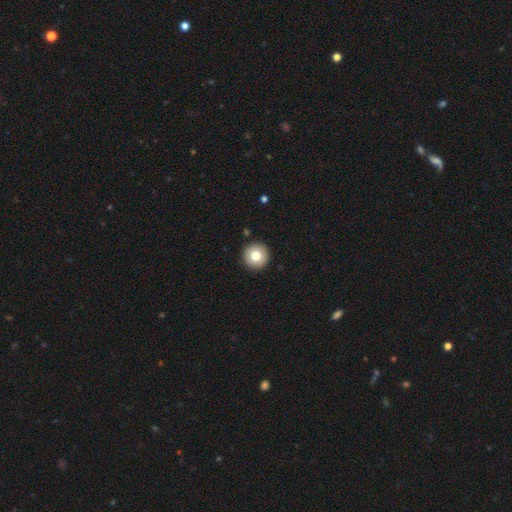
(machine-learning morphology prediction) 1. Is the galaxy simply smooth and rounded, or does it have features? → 78% smooth, 13% featured or disk, 9% star or artifact.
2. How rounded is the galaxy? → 96% round, 3% in between, 1% cigar-shaped.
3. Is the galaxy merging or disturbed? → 93% none, 5% minor disturbance, 1% major disturbance, 1% merger.